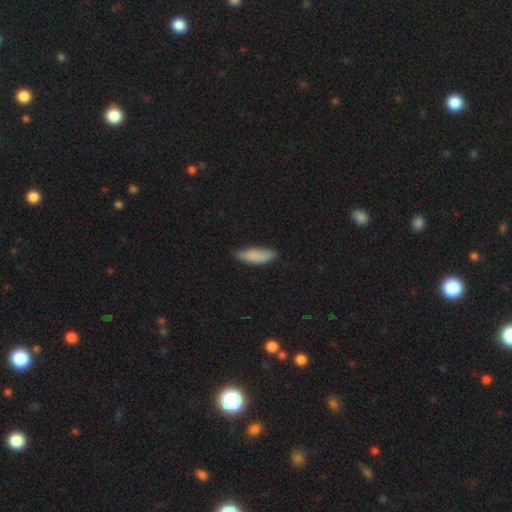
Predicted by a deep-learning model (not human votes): A smooth galaxy with no disk features (86%) that is in between round and cigar-shaped (59%). Merging: none (74%).